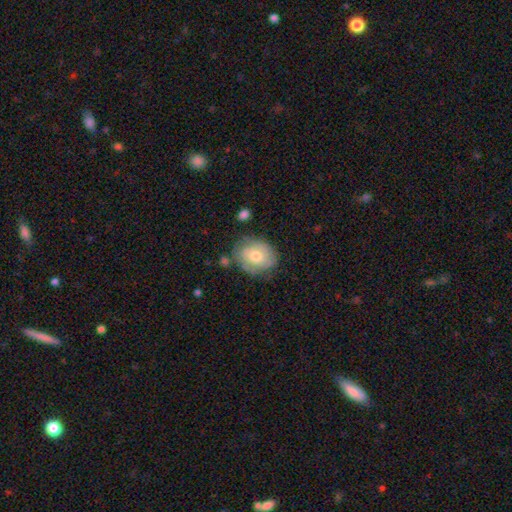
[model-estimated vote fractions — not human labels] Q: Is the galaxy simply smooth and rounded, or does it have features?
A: smooth — 56%.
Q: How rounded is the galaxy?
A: in between — 52%.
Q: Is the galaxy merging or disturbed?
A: none — 66%.